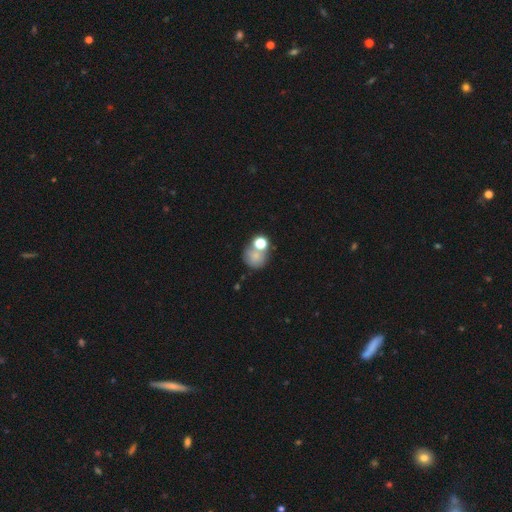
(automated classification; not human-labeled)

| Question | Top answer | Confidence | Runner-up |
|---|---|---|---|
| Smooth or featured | smooth | 72% | star or artifact (15%) |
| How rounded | round | 79% | in between (20%) |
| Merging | none | 45% | merger (33%) |